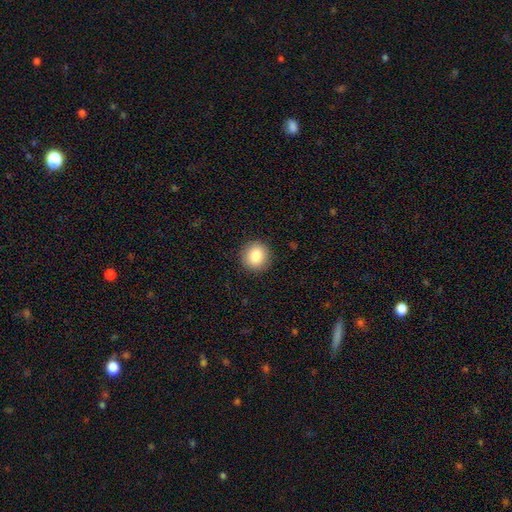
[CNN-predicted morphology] A smooth galaxy with no disk features (86%) that is round (90%). Merging: none (91%).